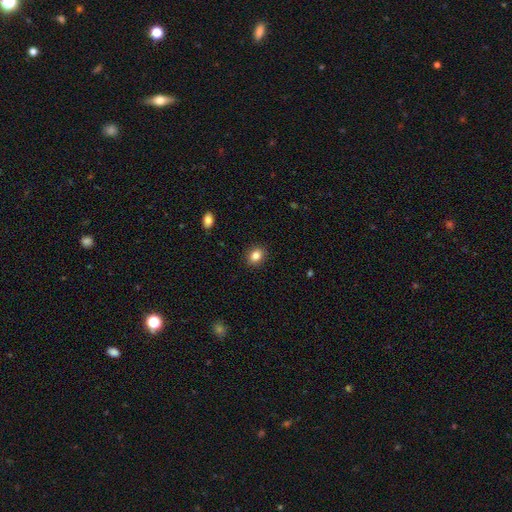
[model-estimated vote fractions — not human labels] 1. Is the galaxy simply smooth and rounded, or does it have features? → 84% smooth, 10% star or artifact, 6% featured or disk.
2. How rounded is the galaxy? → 55% round, 44% in between, 1% cigar-shaped.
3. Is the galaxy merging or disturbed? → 90% none, 7% minor disturbance, 2% major disturbance, 1% merger.